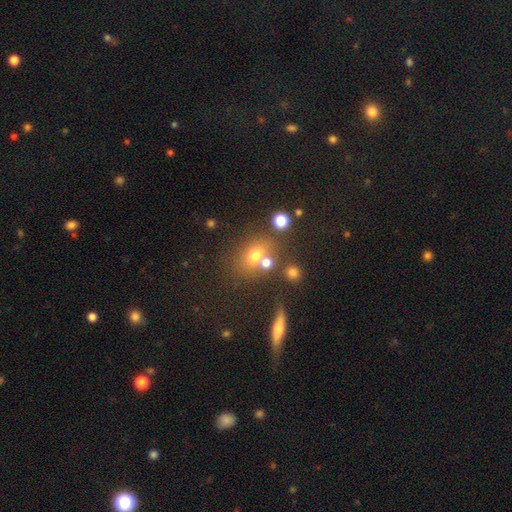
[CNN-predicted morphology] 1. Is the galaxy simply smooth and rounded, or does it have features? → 67% smooth, 18% star or artifact, 15% featured or disk.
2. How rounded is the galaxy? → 53% in between, 44% round, 2% cigar-shaped.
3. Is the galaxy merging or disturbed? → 51% none, 29% merger, 13% minor disturbance, 7% major disturbance.